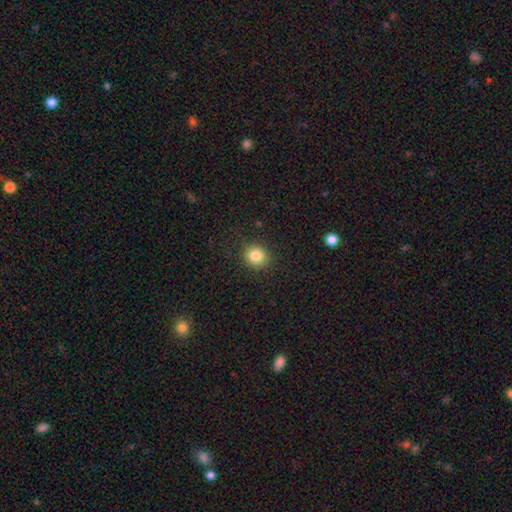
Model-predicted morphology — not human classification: Smooth or featured?
  - smooth: 83% *
  - star or artifact: 11%
  - featured or disk: 6%
How rounded?
  - round: 85% *
  - in between: 14%
  - cigar-shaped: 1%
Merging?
  - none: 88% *
  - minor disturbance: 8%
  - major disturbance: 3%
  - merger: 1%